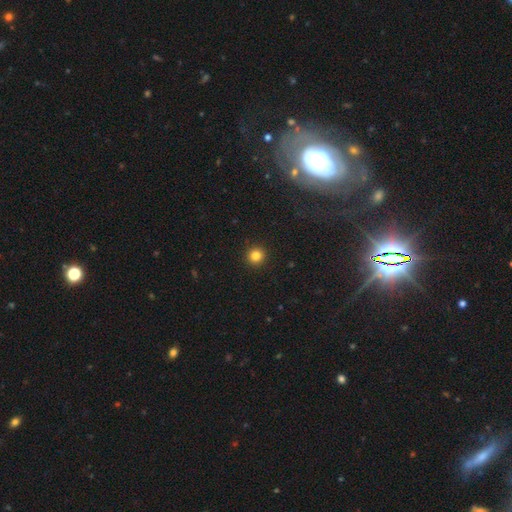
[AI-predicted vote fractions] This appears to be a smooth galaxy with no disk features (84%) that is round (94%). Merging: none (93%).